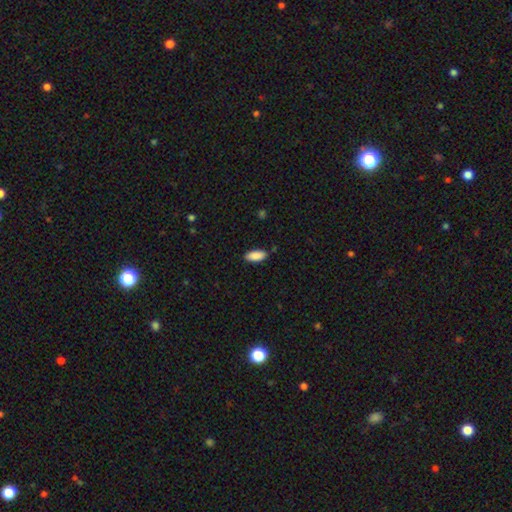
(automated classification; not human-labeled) smooth_or_featured: smooth (p=0.89) [alt: star or artifact p=0.06]
how_rounded: in between (p=0.88) [alt: cigar-shaped p=0.10]
merging: none (p=0.85) [alt: minor disturbance p=0.11]